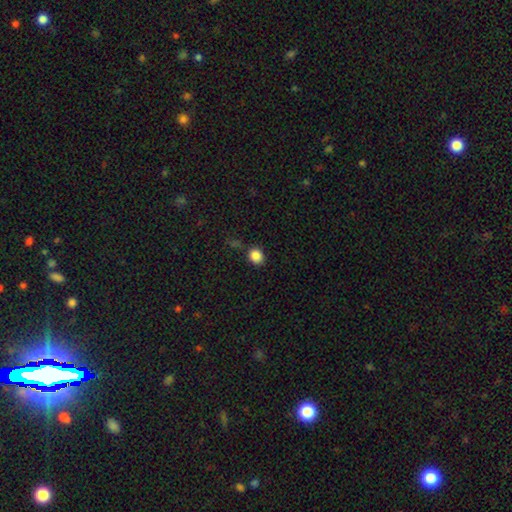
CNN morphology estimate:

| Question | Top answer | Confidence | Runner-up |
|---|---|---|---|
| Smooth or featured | smooth | 86% | star or artifact (11%) |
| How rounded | round | 72% | in between (27%) |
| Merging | none | 81% | minor disturbance (11%) |